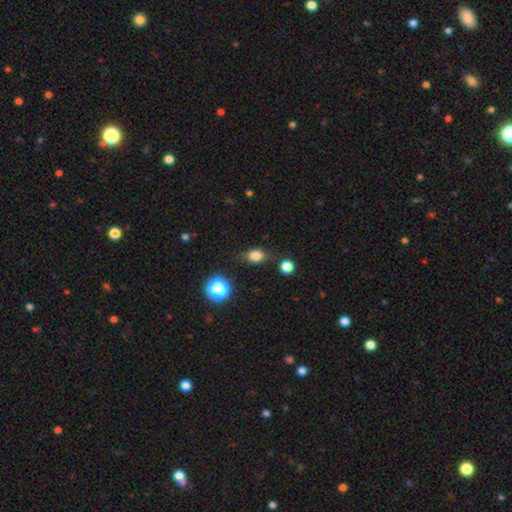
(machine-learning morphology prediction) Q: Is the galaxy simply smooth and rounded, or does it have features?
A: smooth — 80%.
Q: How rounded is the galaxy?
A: in between — 70%.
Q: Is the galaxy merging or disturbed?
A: none — 75%.